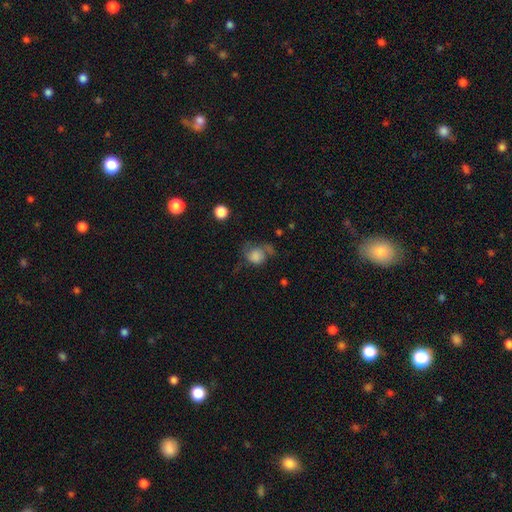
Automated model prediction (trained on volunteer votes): Q: Smooth or featured?
A: smooth (66%); runner-up: featured or disk (23%)
Q: How rounded?
A: round (67%); runner-up: in between (32%)
Q: Merging?
A: none (35%); runner-up: major disturbance (32%)